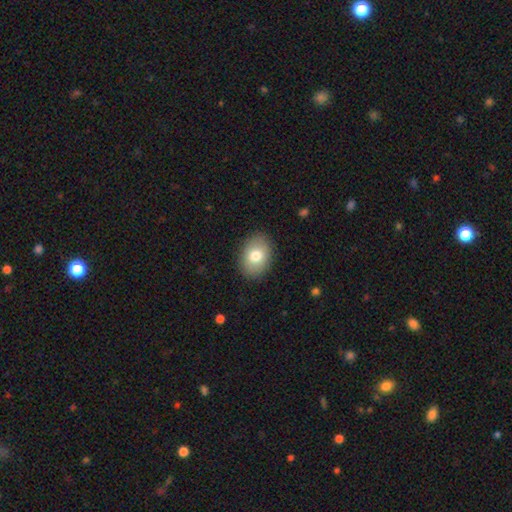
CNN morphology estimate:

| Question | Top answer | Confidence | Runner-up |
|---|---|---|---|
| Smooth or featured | smooth | 78% | featured or disk (14%) |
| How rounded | in between | 74% | round (25%) |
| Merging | none | 88% | minor disturbance (8%) |